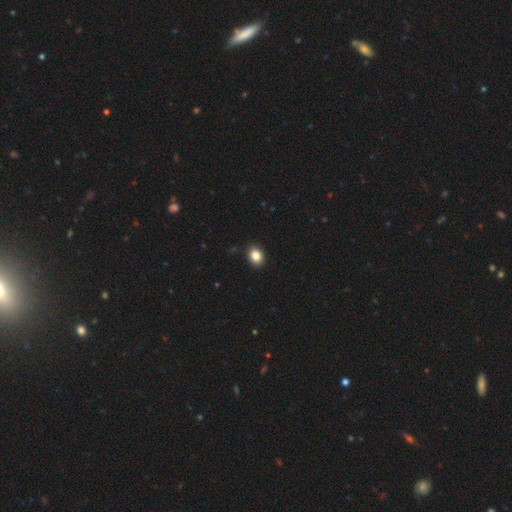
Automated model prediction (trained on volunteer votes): The model was most divided on "how rounded": in between: 56%, round: 43%, cigar-shaped: 1%. More confident: merging — none (90%); smooth or featured — smooth (86%).